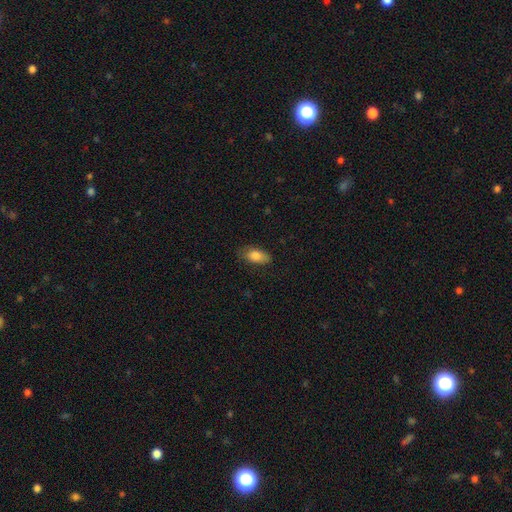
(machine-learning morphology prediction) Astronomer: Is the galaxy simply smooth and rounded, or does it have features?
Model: smooth — 82%.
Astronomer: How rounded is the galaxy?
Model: in between — 89%.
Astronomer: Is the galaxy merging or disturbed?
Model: none — 75%.